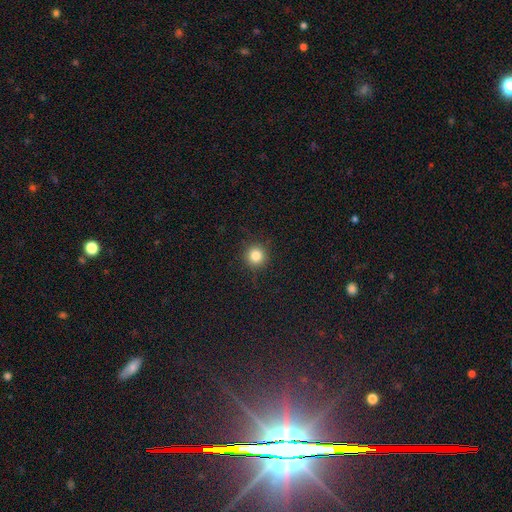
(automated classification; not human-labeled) Overall: smooth (83%). How rounded: round (95%). Merging: none (90%).